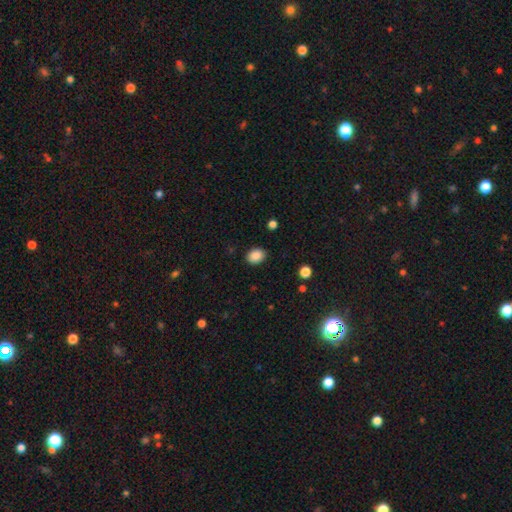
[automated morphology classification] Q: Smooth or featured?
A: smooth (88%); runner-up: star or artifact (9%)
Q: How rounded?
A: in between (57%); runner-up: round (43%)
Q: Merging?
A: none (88%); runner-up: minor disturbance (8%)